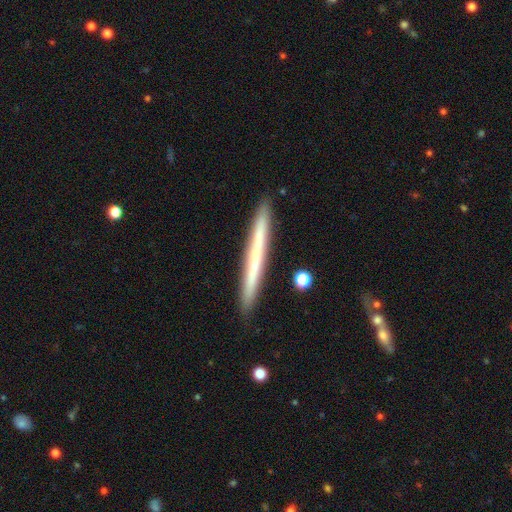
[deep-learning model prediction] Morphology: type=smooth (54%); roundness=cigar-shaped (97%); merging=none (91%).